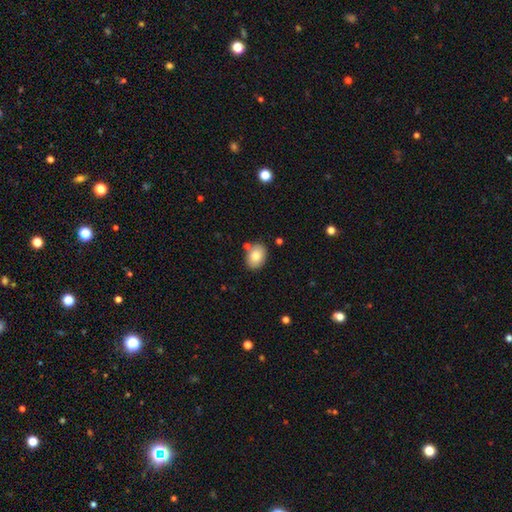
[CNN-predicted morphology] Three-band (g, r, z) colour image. It shows a smooth galaxy with no disk features (81%) that is in between round and cigar-shaped (71%). Merging: none (79%).